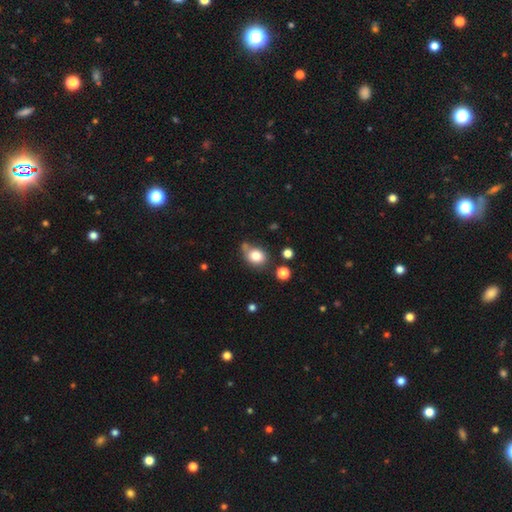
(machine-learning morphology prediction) smooth-or-featured: smooth: 81% | star or artifact: 11% | featured or disk: 8%
  how-rounded: round: 52% | in between: 47% | cigar-shaped: 1%
  merging: none: 58% | minor disturbance: 21% | merger: 15% | major disturbance: 7%